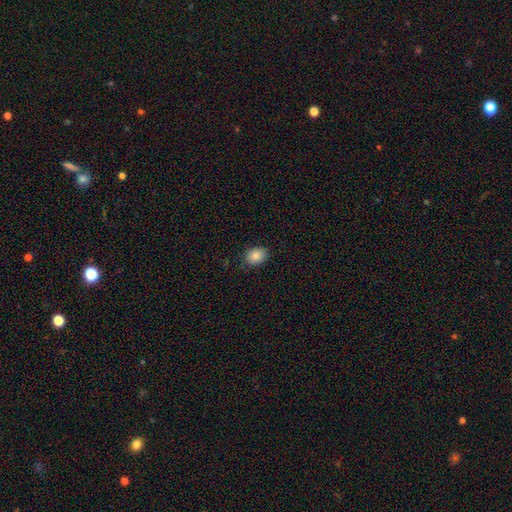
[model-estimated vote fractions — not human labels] Smooth or featured? Predicted: smooth (p=0.85). How rounded? Predicted: in between (p=0.68). Merging? Predicted: none (p=0.85).